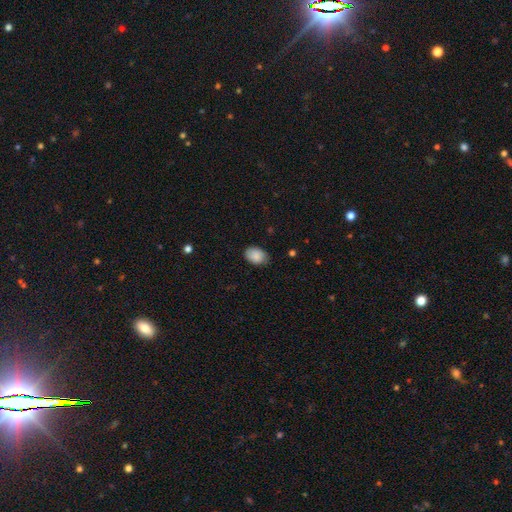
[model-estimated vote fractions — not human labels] A smooth galaxy with no disk features (87%) that is in between round and cigar-shaped (77%). Merging: none (75%).